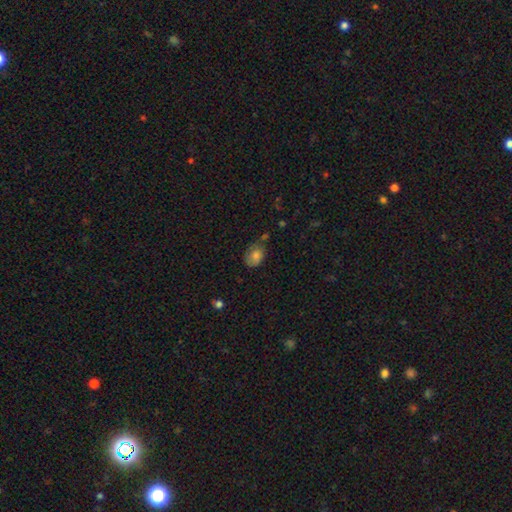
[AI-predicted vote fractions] Smooth or featured?
  - smooth: 75% *
  - featured or disk: 15%
  - star or artifact: 10%
How rounded?
  - in between: 66% *
  - round: 33%
  - cigar-shaped: 1%
Merging?
  - none: 56% *
  - minor disturbance: 30%
  - major disturbance: 8%
  - merger: 6%